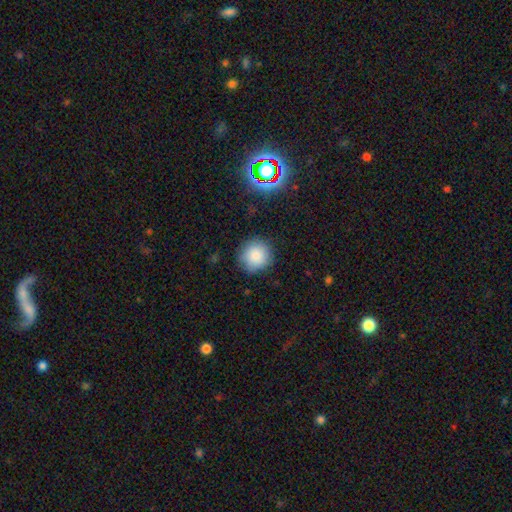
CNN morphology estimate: The model was most divided on "smooth or featured": smooth: 83%, star or artifact: 10%, featured or disk: 7%. More confident: how rounded — round (92%); merging — none (84%).